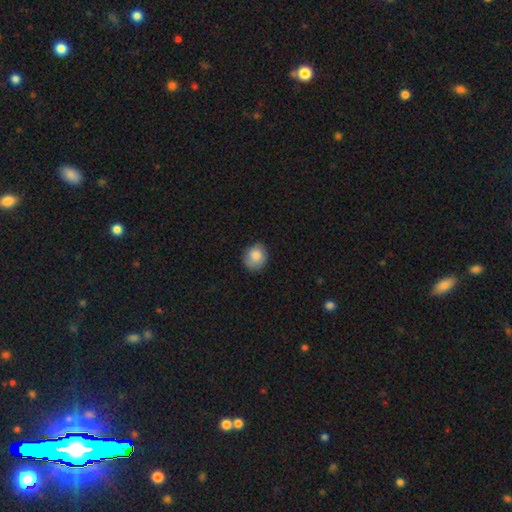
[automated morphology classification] smooth 84%, featured or disk 9%, star or artifact 8%. Down the decision tree: how rounded — round (68%); merging — none (77%).